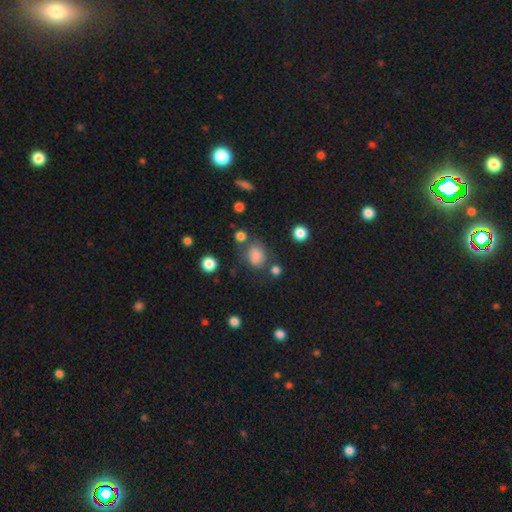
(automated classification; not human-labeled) Smooth or featured? smooth (79%)
How rounded? in between (57%)
Merging? none (62%)